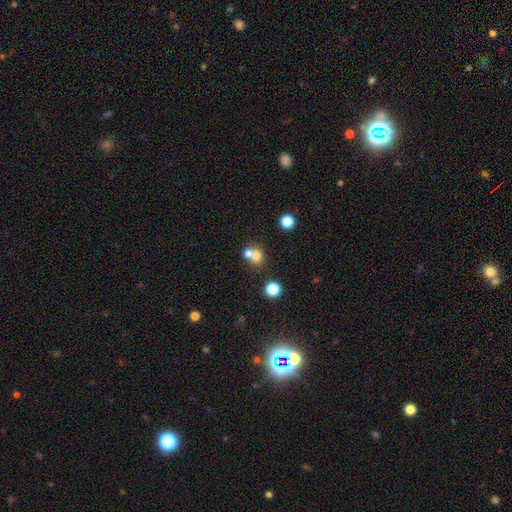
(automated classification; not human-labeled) smooth 71%, featured or disk 15%, star or artifact 14%. Down the decision tree: how rounded — round (77%); merging — merger (56%).